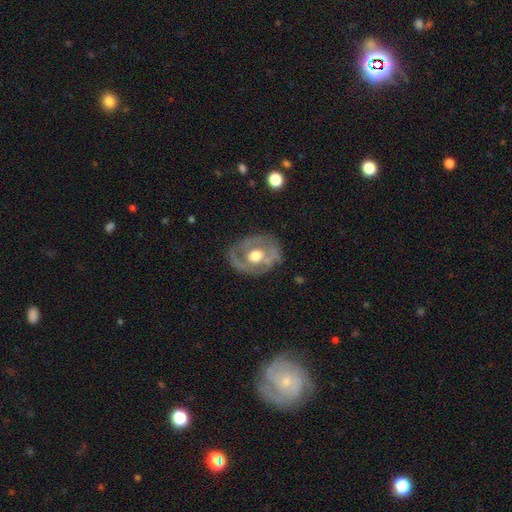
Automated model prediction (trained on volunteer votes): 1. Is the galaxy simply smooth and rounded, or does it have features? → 64% featured or disk, 30% smooth, 6% star or artifact.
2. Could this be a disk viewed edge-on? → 94% no, 6% yes.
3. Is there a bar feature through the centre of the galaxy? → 76% no, 18% weak, 6% strong.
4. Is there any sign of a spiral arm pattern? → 66% no, 34% yes.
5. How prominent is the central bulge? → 63% moderate, 30% large, 4% small, 2% dominant, 1% none.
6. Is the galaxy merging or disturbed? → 68% none, 21% minor disturbance, 10% major disturbance, 2% merger.